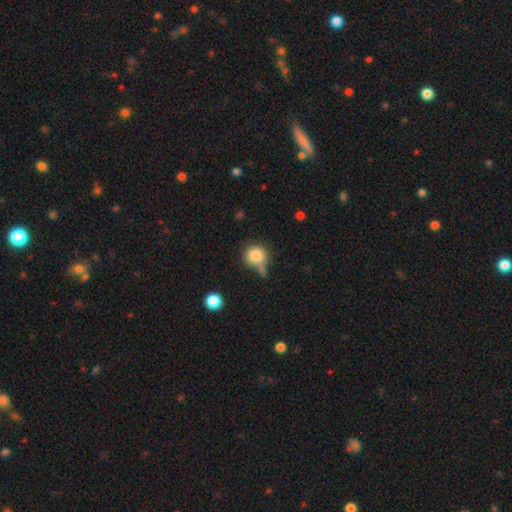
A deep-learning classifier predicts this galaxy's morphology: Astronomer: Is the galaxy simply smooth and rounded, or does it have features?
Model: smooth — 82%.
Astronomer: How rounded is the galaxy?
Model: round — 84%.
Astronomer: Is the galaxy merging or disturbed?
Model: none — 44% (runner-up: minor disturbance, 24%).